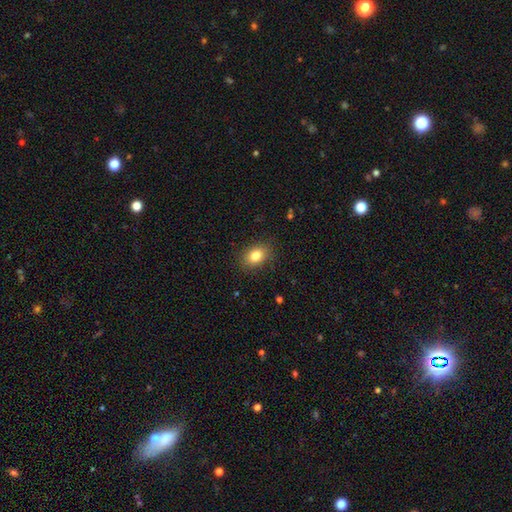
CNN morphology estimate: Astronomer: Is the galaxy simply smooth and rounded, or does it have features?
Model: smooth — 82%.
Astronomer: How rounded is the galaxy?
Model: in between — 70%.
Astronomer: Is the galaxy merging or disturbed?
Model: none — 87%.